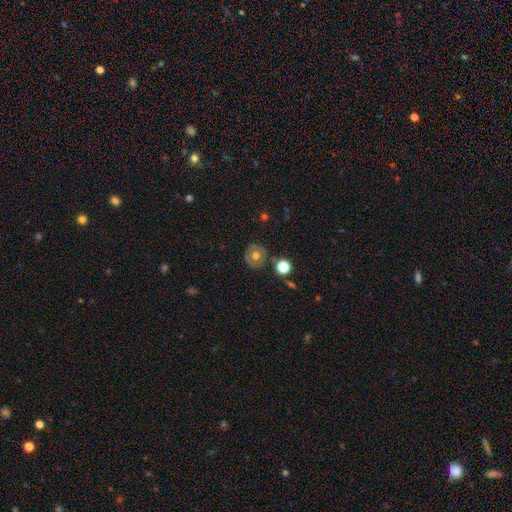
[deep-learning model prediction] A smooth galaxy with no disk features (53%) that is round (87%). Merging: none (81%).